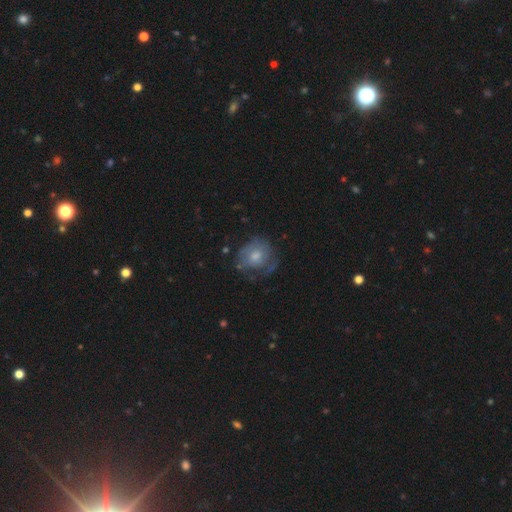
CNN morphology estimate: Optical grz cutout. It shows a smooth galaxy with no disk features (57%) that is round (72%). Merging: none (49%).